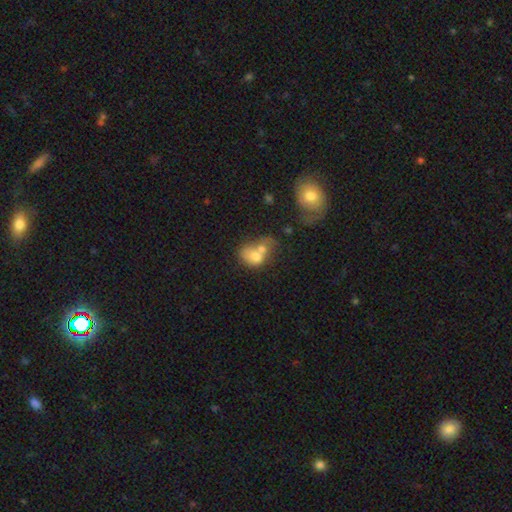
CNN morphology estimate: A smooth galaxy with no disk features (67%) that is in between round and cigar-shaped (59%). Merging: merger (67%).